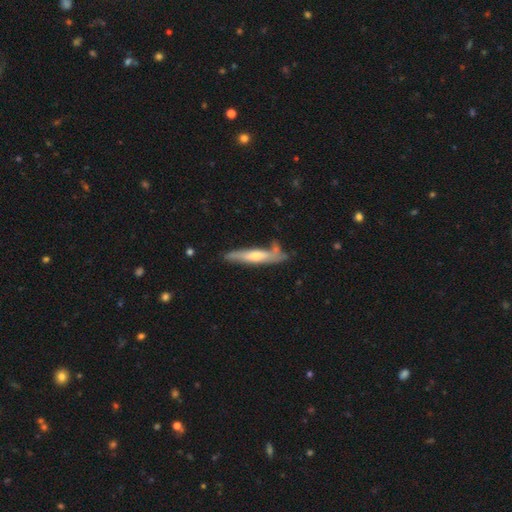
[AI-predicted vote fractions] featured or disk 60%, smooth 34%, star or artifact 6%. Down the decision tree: edge-on disk — yes (82%); merging — none (64%).